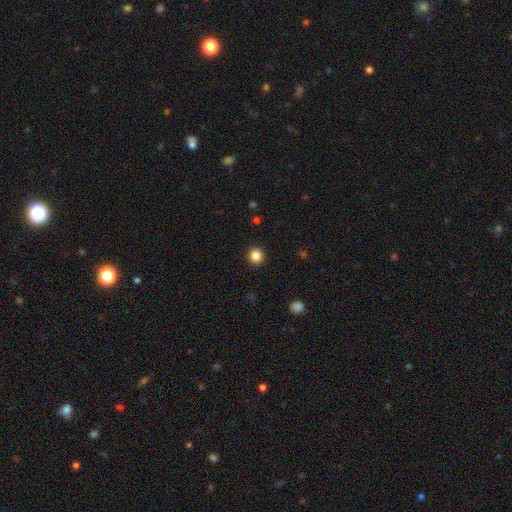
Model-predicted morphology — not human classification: The model was most divided on "smooth or featured": smooth: 86%, star or artifact: 11%, featured or disk: 3%. More confident: how rounded — round (93%); merging — none (92%).